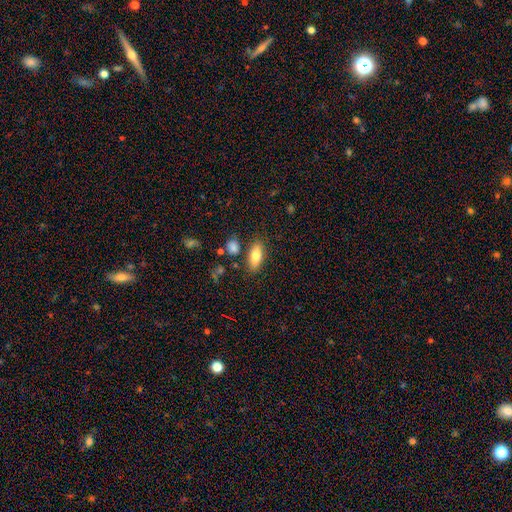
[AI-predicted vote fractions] The model was most divided on "how rounded": in between: 78%, cigar-shaped: 19%, round: 3%. More confident: merging — none (81%); smooth or featured — smooth (78%).